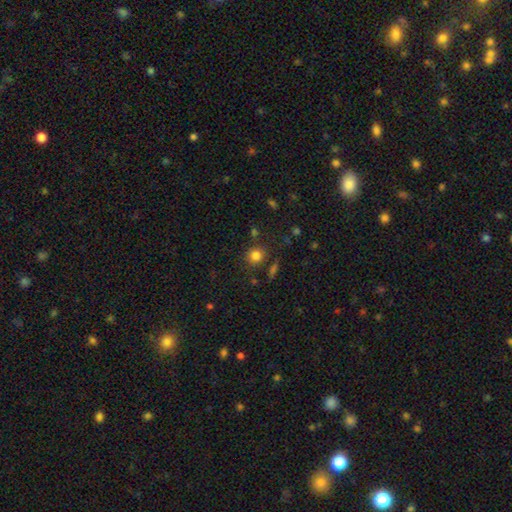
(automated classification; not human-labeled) This appears to be a smooth galaxy with no disk features (82%) that is round (85%). Merging: none (82%).